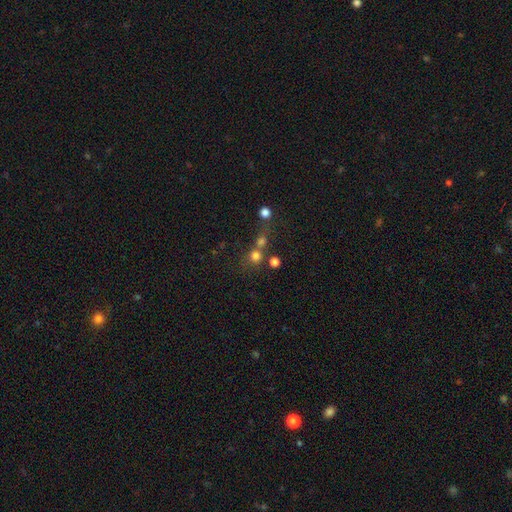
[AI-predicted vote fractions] Q: Smooth or featured?
A: smooth (71%); runner-up: star or artifact (19%)
Q: How rounded?
A: round (88%); runner-up: in between (11%)
Q: Merging?
A: none (50%); runner-up: merger (38%)